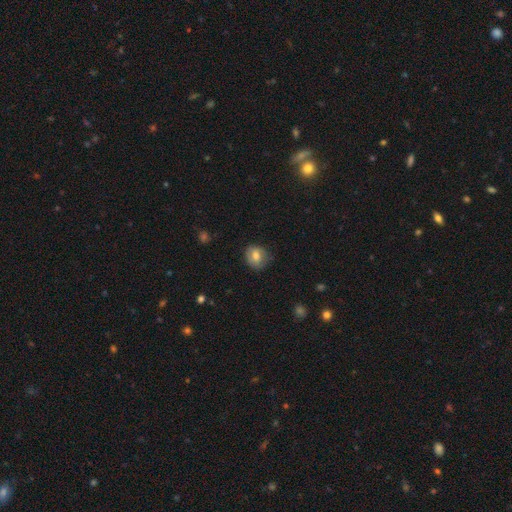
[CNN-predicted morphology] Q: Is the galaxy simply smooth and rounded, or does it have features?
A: smooth — 71%.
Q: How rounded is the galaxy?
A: round — 62%.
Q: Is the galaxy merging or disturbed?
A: none — 74%.